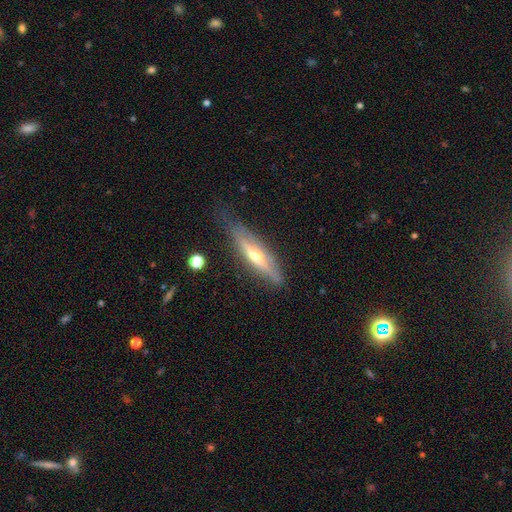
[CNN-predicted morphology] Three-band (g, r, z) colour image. It shows a featured or disk galaxy (63%) viewed edge-on (89%) with a rounded central bulge (82%). Merging: none (73%).